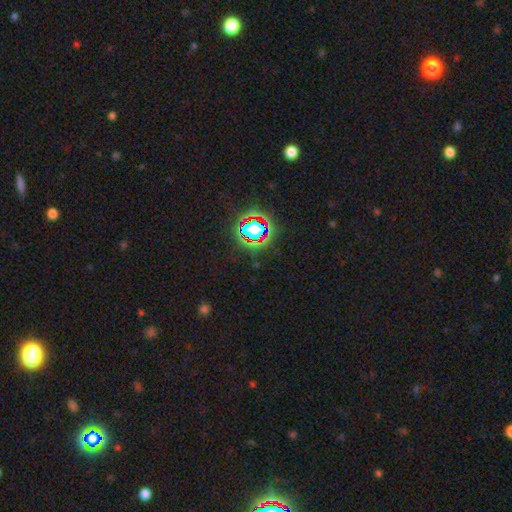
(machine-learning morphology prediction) type=star or artifact (78%).